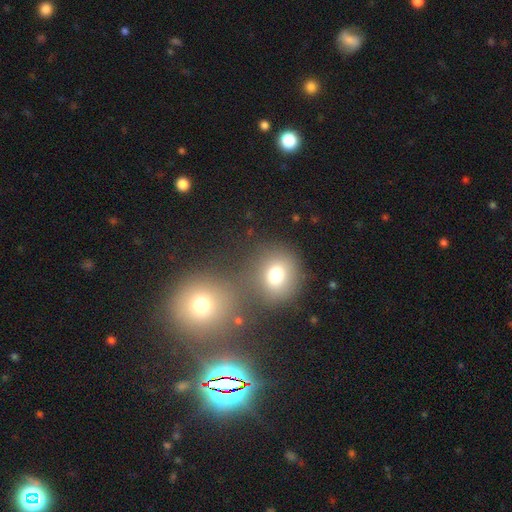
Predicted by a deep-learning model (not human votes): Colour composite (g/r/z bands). It shows a smooth galaxy with no disk features (48%). Merging: none (66%).